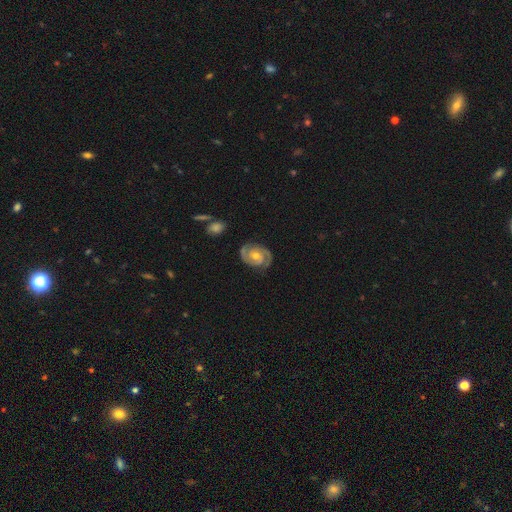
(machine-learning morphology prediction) Q: Smooth or featured?
A: featured or disk (88%); runner-up: smooth (7%)
Q: Edge-on disk?
A: no (98%); runner-up: yes (2%)
Q: Bar?
A: no (63%); runner-up: weak (30%)
Q: Spiral arms?
A: yes (97%); runner-up: no (3%)
Q: Spiral winding?
A: tight (60%); runner-up: medium (34%)
Q: Spiral arm count?
A: 2 (90%); runner-up: can't tell (4%)
Q: Bulge size?
A: moderate (63%); runner-up: small (33%)
Q: Merging?
A: none (82%); runner-up: minor disturbance (13%)